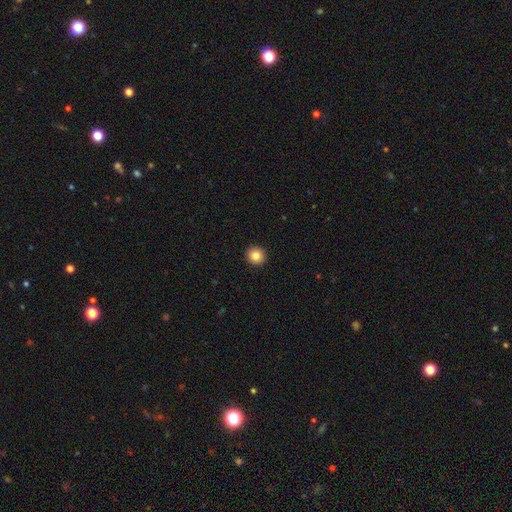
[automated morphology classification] smooth_or_featured: smooth (p=0.84) [alt: star or artifact p=0.10]
how_rounded: round (p=0.95) [alt: in between p=0.04]
merging: none (p=0.94) [alt: minor disturbance p=0.04]